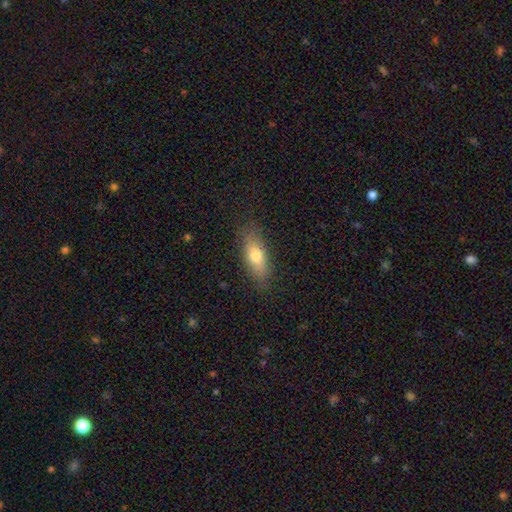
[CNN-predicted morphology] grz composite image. It shows a smooth galaxy with no disk features (72%) that is in between round and cigar-shaped (71%). Merging: none (83%).